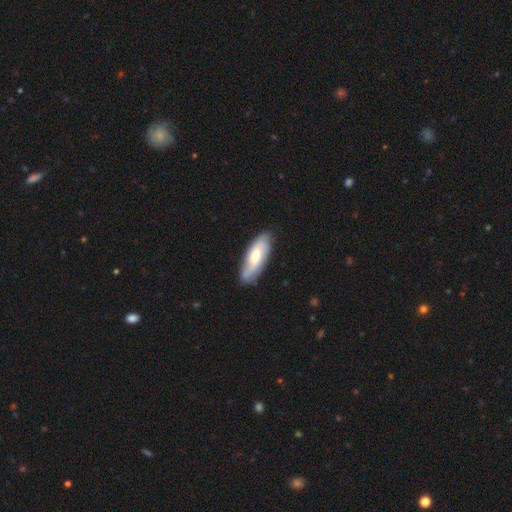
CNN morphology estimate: smooth 50%, featured or disk 44%, star or artifact 6%. Down the decision tree: how rounded — in between (68%); merging — none (73%).